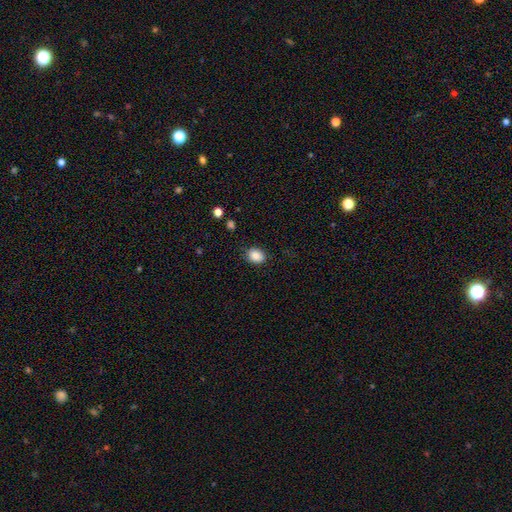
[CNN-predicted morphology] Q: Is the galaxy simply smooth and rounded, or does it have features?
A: smooth — 87%.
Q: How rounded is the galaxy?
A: in between — 57%.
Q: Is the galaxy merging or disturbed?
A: none — 81%.